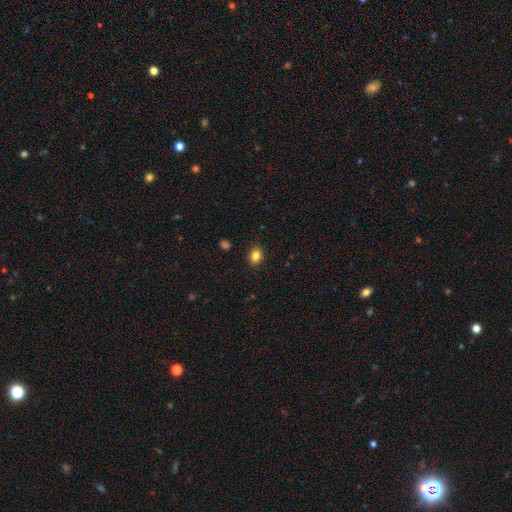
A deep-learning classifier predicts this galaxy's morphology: type=smooth (85%); roundness=in between (61%); merging=none (89%).